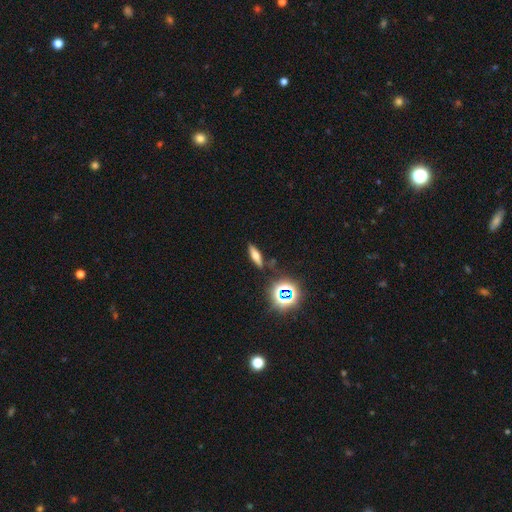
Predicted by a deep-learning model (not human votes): smooth-or-featured: smooth: 50% | featured or disk: 30% | star or artifact: 21%
  merging: none: 82% | minor disturbance: 11% | merger: 4% | major disturbance: 3%